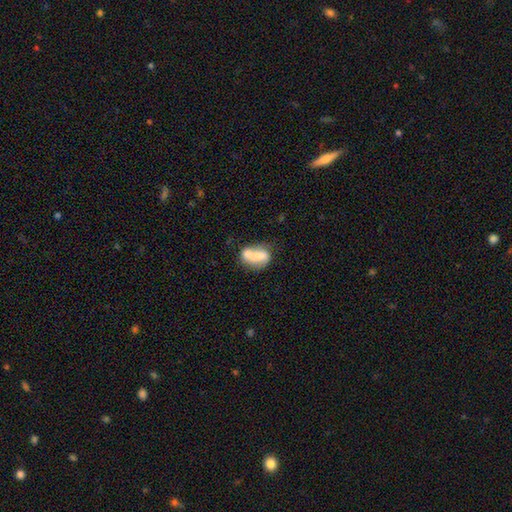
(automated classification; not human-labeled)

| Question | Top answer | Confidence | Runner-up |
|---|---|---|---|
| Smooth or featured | smooth | 51% | featured or disk (41%) |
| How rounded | in between | 77% | round (19%) |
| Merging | merger | 49% | none (28%) |